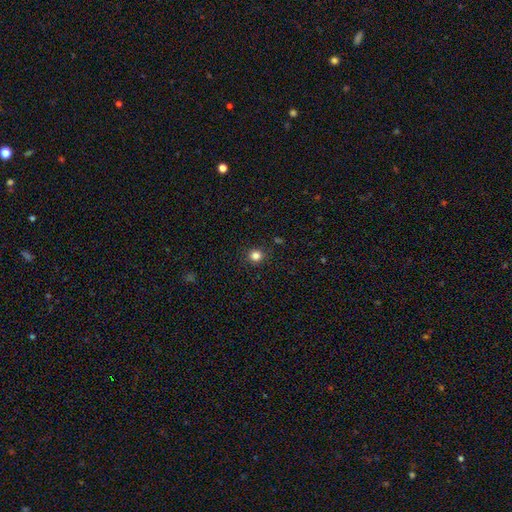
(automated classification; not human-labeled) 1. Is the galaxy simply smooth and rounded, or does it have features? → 82% smooth, 13% star or artifact, 4% featured or disk.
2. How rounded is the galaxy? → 93% round, 7% in between, 1% cigar-shaped.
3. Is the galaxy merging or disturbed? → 90% none, 6% minor disturbance, 2% major disturbance, 1% merger.